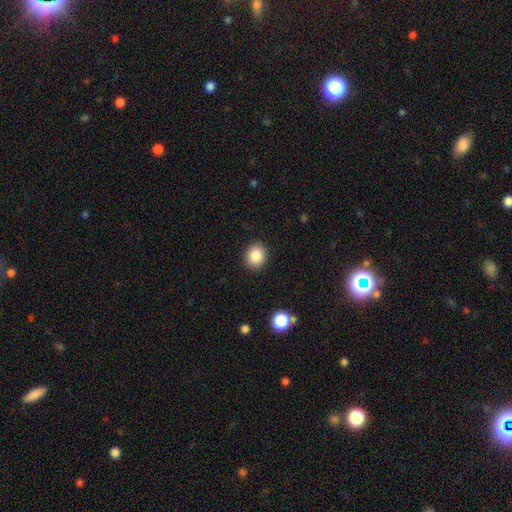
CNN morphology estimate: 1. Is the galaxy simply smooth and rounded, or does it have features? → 86% smooth, 9% star or artifact, 5% featured or disk.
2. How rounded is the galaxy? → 66% round, 33% in between, 1% cigar-shaped.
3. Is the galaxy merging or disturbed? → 90% none, 6% minor disturbance, 2% major disturbance, 1% merger.